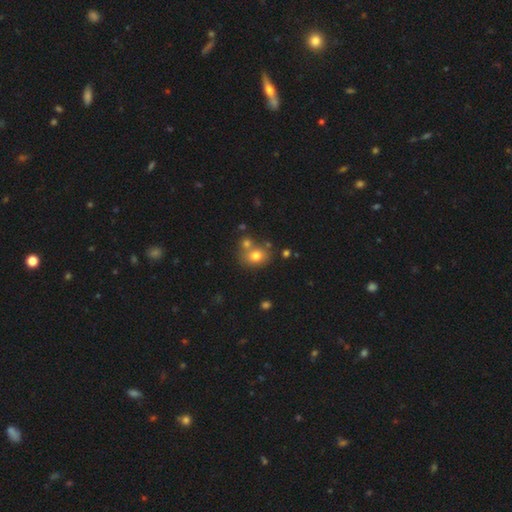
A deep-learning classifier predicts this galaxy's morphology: A smooth galaxy with no disk features (75%) that is round (57%).

Vote fractions:
- Smooth or featured? smooth: 75% / star or artifact: 12% / featured or disk: 12%
- How rounded? round: 57% / in between: 42% / cigar-shaped: 1%
- Merging? none: 58% / merger: 26% / minor disturbance: 12% / major disturbance: 4%